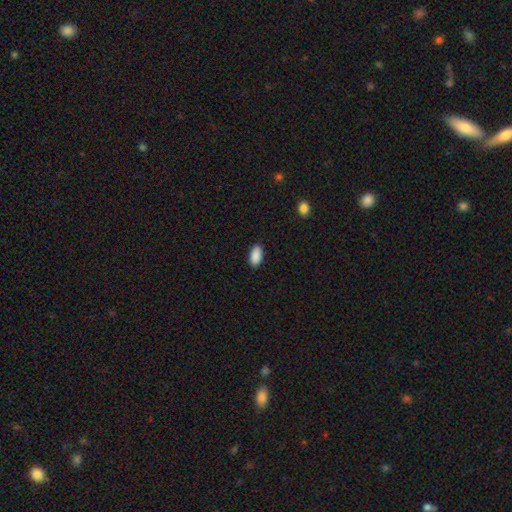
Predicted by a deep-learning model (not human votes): smooth 90%, star or artifact 7%, featured or disk 3%. Down the decision tree: how rounded — in between (93%); merging — none (88%).